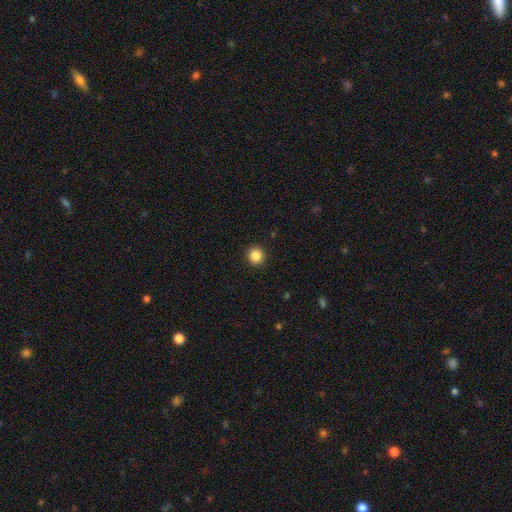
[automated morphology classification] This appears to be a smooth galaxy with no disk features (86%) that is round (94%). Merging: none (93%).